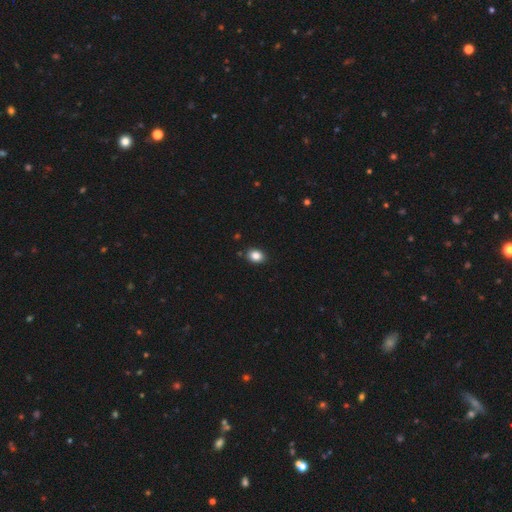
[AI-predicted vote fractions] smooth 85%, star or artifact 10%, featured or disk 5%. Down the decision tree: how rounded — in between (66%); merging — none (87%).